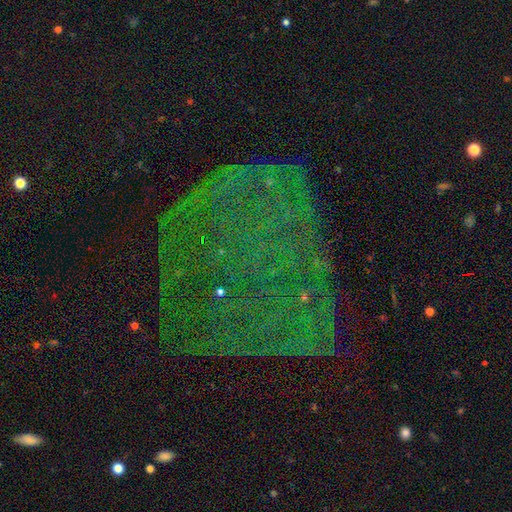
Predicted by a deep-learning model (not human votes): This appears to be a star or artifact, not a galaxy (69%).